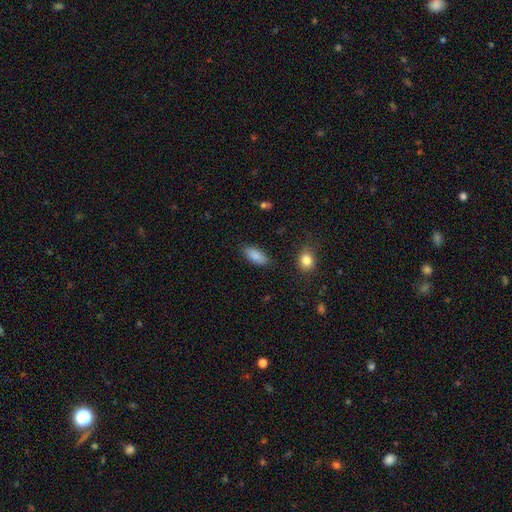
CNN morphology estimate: smooth_or_featured: smooth (p=0.87) [alt: star or artifact p=0.07]
how_rounded: in between (p=0.86) [alt: cigar-shaped p=0.12]
merging: none (p=0.84) [alt: minor disturbance p=0.11]